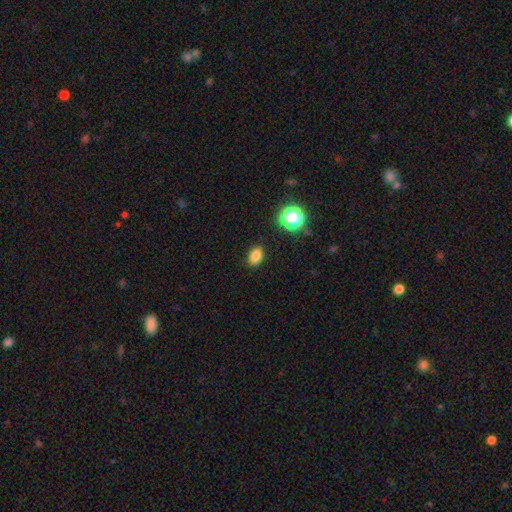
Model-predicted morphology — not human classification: Smooth or featured: smooth — 82% (star or artifact — 13%)
How rounded: in between — 79% (round — 19%)
Merging: none — 87% (minor disturbance — 9%)